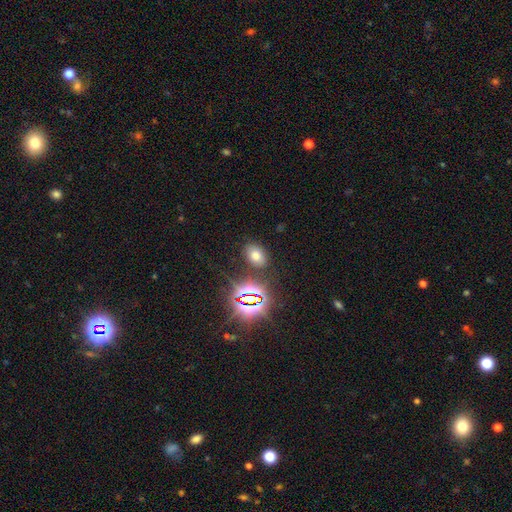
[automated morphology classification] Smooth or featured?
  - smooth: 63% *
  - star or artifact: 28%
  - featured or disk: 9%
How rounded?
  - in between: 80% *
  - round: 19%
  - cigar-shaped: 1%
Merging?
  - none: 83% *
  - minor disturbance: 10%
  - merger: 4%
  - major disturbance: 4%